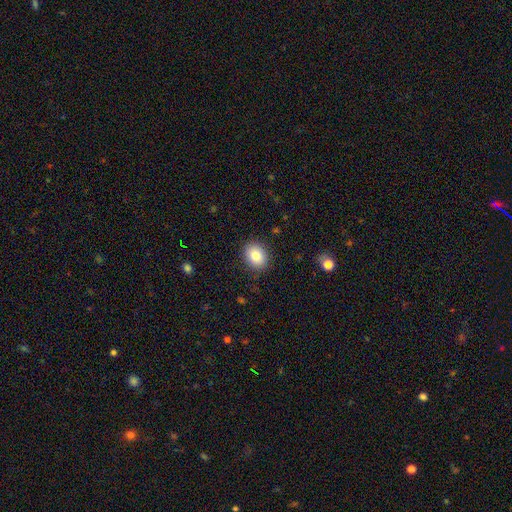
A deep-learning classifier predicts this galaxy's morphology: type=smooth (84%); roundness=in between (52%); merging=none (87%).